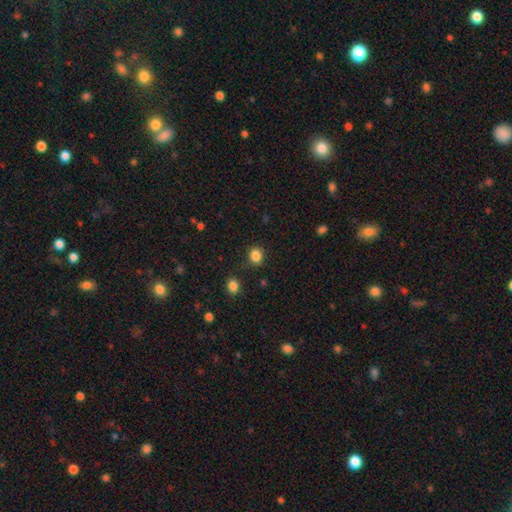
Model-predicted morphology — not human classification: A smooth galaxy with no disk features (85%) that is round (68%). Merging: none (80%).